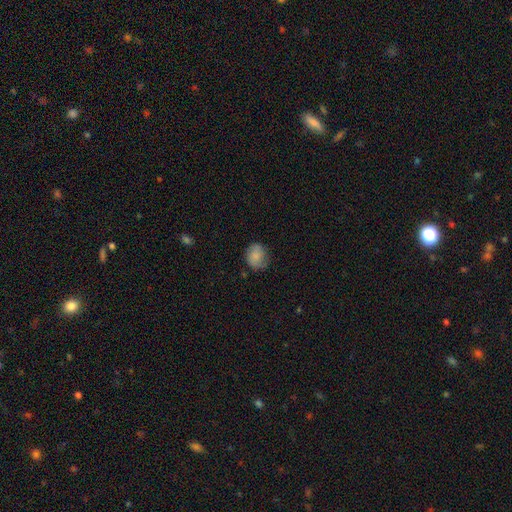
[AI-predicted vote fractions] smooth 77%, featured or disk 15%, star or artifact 9%. Down the decision tree: how rounded — round (70%); merging — none (67%).